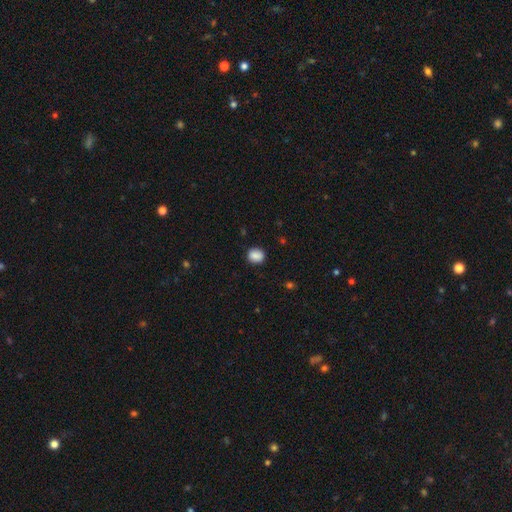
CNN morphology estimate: smooth_or_featured: smooth (p=0.86) [alt: star or artifact p=0.09]
how_rounded: round (p=0.70) [alt: in between p=0.29]
merging: none (p=0.85) [alt: minor disturbance p=0.11]